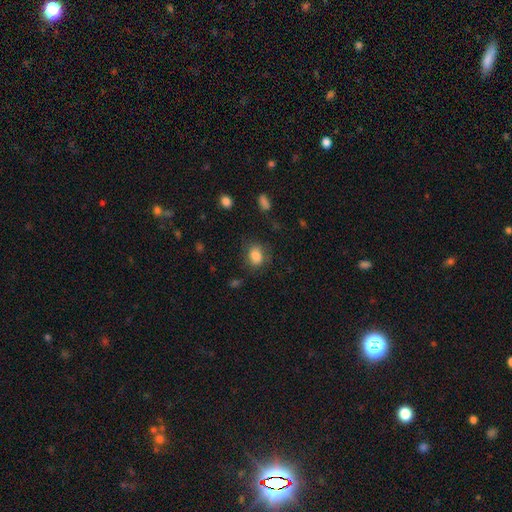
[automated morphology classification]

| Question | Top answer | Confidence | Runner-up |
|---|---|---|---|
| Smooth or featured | smooth | 82% | star or artifact (9%) |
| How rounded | in between | 60% | round (39%) |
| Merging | none | 63% | minor disturbance (23%) |